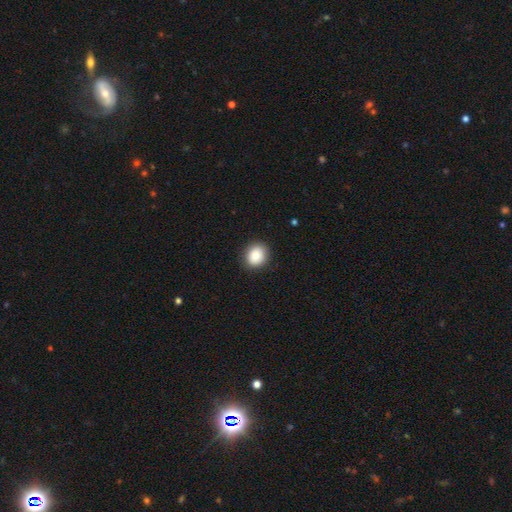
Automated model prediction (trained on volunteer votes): Smooth or featured? smooth (87%)
How rounded? round (73%)
Merging? none (89%)